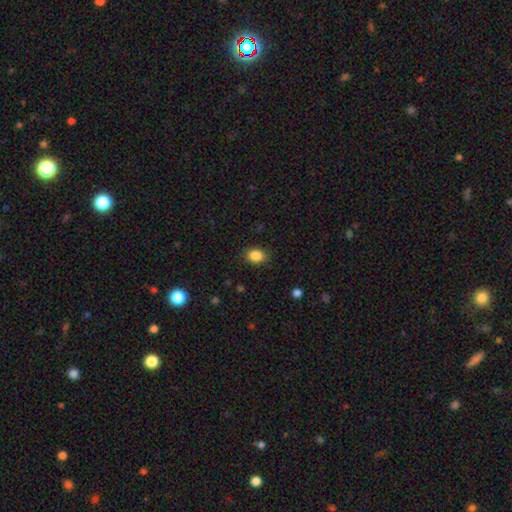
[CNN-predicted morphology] Smooth or featured?
  - smooth: 87% *
  - star or artifact: 10%
  - featured or disk: 4%
How rounded?
  - in between: 56% *
  - round: 43%
  - cigar-shaped: 1%
Merging?
  - none: 88% *
  - minor disturbance: 9%
  - major disturbance: 3%
  - merger: 1%